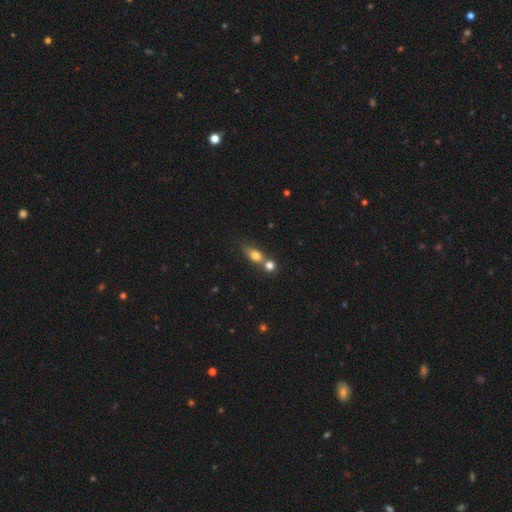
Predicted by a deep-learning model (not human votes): Smooth or featured? Predicted: smooth (p=0.76). How rounded? Predicted: in between (p=0.66). Merging? Predicted: merger (p=0.48).